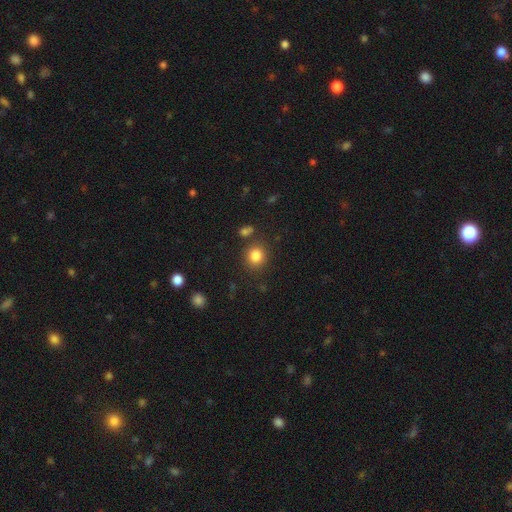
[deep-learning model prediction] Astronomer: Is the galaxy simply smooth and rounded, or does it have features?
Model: smooth — 83%.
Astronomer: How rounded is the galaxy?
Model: round — 85%.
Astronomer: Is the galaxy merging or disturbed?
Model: none — 83%.